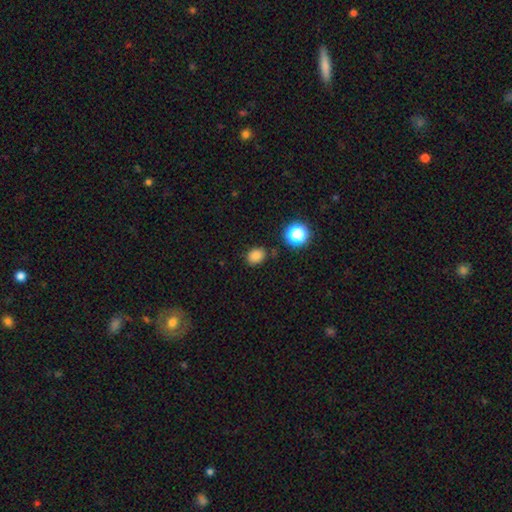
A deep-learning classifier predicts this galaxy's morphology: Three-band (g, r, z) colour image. It shows a smooth galaxy with no disk features (81%) that is in between round and cigar-shaped (54%). Merging: none (81%).